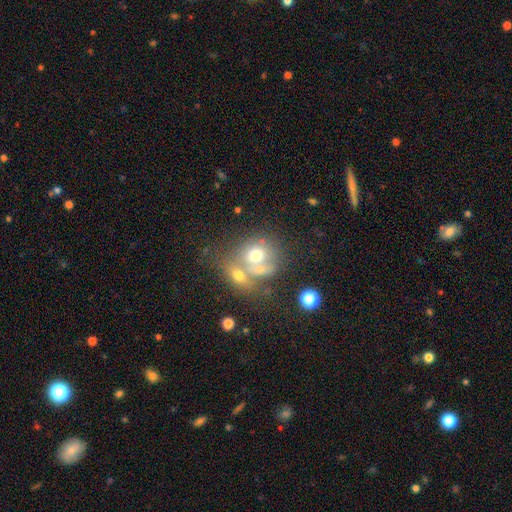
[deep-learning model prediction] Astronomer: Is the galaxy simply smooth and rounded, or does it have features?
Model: smooth — 60%.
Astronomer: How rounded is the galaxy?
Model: round — 67%.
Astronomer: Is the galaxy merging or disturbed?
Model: merger — 55%.